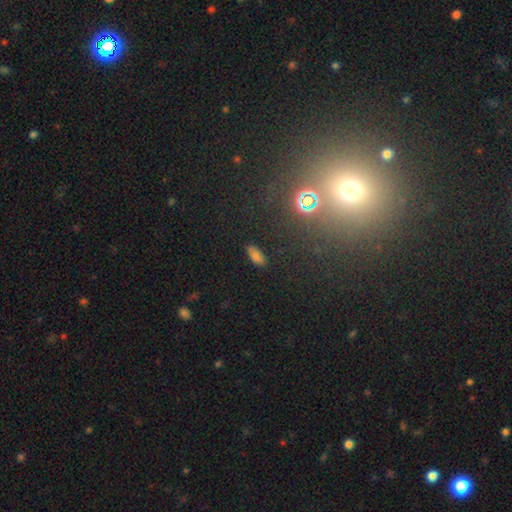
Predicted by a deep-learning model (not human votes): Q: Smooth or featured?
A: smooth (70%); runner-up: star or artifact (22%)
Q: How rounded?
A: in between (81%); runner-up: cigar-shaped (15%)
Q: Merging?
A: none (86%); runner-up: minor disturbance (10%)